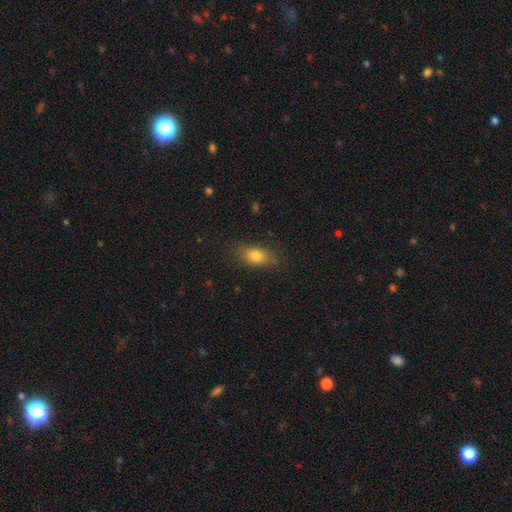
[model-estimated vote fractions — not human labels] The model was most divided on "smooth or featured": smooth: 80%, featured or disk: 11%, star or artifact: 9%. More confident: merging — none (83%); how rounded — in between (83%).